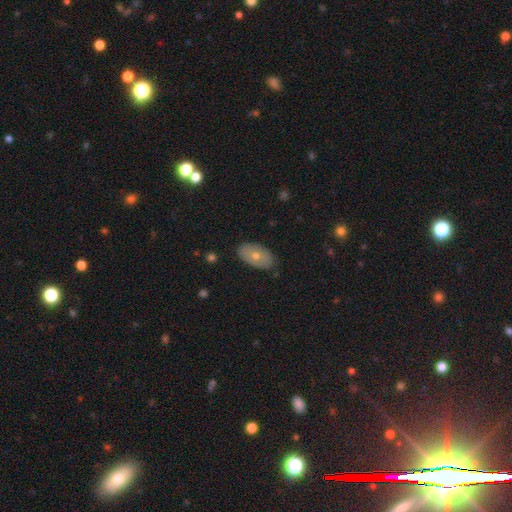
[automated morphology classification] A smooth galaxy with no disk features (60%) that is in between round and cigar-shaped (92%).

Vote fractions:
- Smooth or featured? smooth: 60% / featured or disk: 33% / star or artifact: 7%
- How rounded? in between: 92% / round: 7% / cigar-shaped: 2%
- Merging? none: 83% / minor disturbance: 14% / major disturbance: 3% / merger: 1%